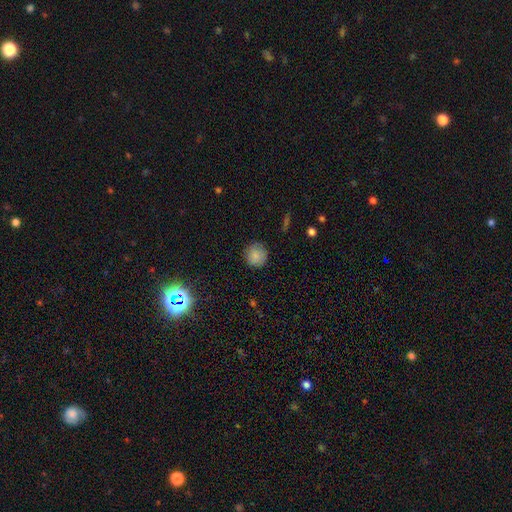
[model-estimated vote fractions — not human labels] smooth-or-featured: smooth: 84% | star or artifact: 10% | featured or disk: 6%
  how-rounded: round: 93% | in between: 6% | cigar-shaped: 1%
  merging: none: 87% | minor disturbance: 10% | major disturbance: 2% | merger: 1%